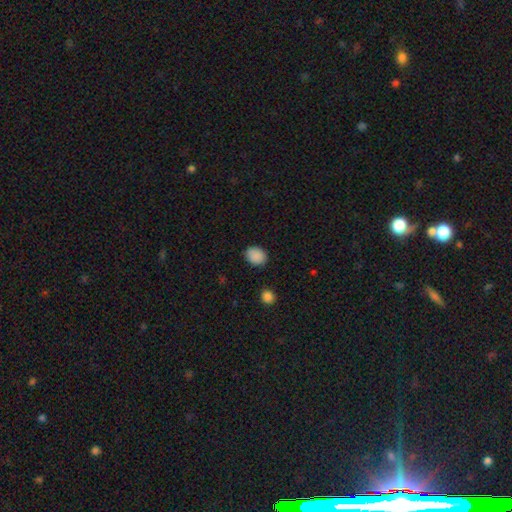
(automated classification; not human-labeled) Smooth or featured? Predicted: smooth (p=0.88). How rounded? Predicted: round (p=0.53). Merging? Predicted: none (p=0.86).